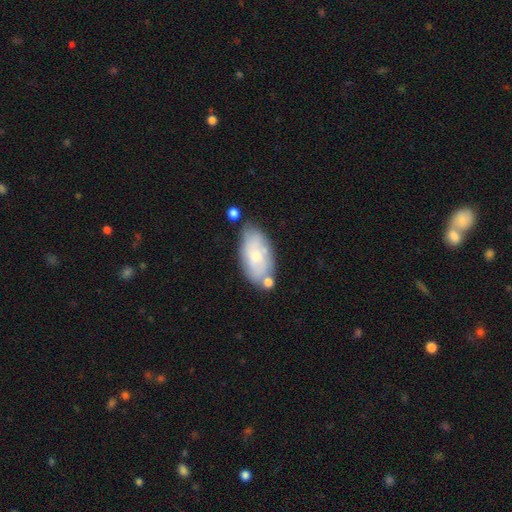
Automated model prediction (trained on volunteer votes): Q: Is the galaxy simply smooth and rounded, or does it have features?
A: smooth — 55%.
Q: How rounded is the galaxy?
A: in between — 92%.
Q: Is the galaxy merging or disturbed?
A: none — 64%.